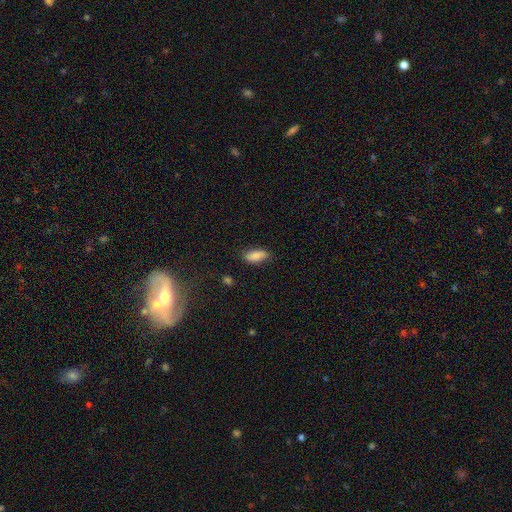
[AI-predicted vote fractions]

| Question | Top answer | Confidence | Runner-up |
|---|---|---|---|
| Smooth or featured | smooth | 85% | featured or disk (7%) |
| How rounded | in between | 82% | cigar-shaped (16%) |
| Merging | none | 81% | minor disturbance (15%) |